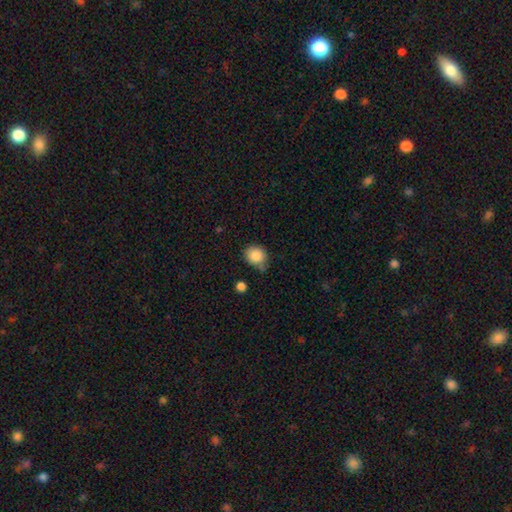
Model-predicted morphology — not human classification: Q: Smooth or featured?
A: smooth (86%); runner-up: star or artifact (9%)
Q: How rounded?
A: round (76%); runner-up: in between (23%)
Q: Merging?
A: none (66%); runner-up: minor disturbance (23%)